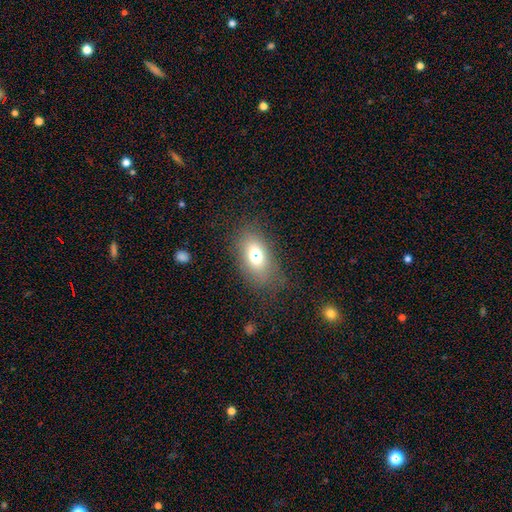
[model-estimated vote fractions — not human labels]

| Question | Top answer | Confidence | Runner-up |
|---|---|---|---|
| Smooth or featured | smooth | 67% | featured or disk (18%) |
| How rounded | in between | 80% | round (17%) |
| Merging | none | 71% | minor disturbance (14%) |